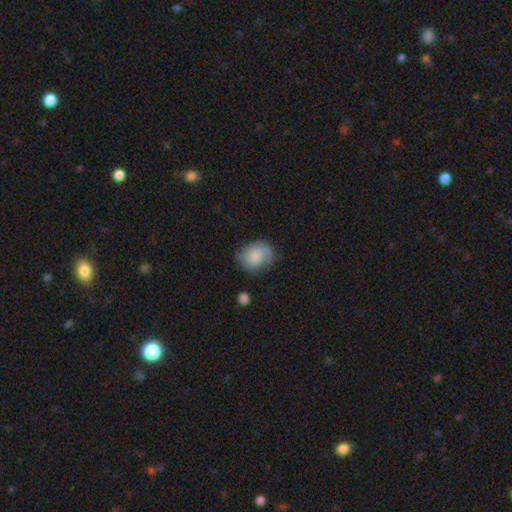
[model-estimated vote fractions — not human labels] Smooth or featured? smooth (73%)
How rounded? in between (50%)
Merging? none (59%)